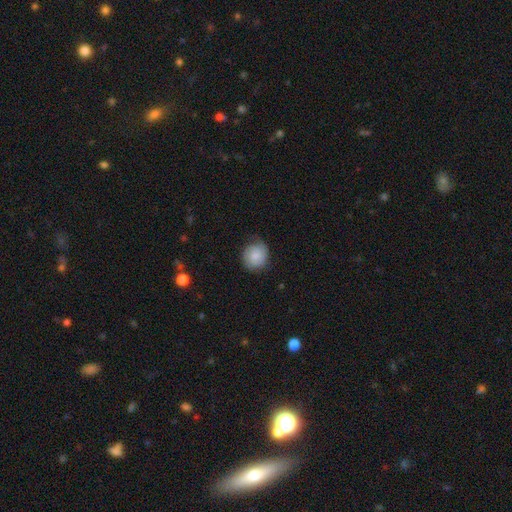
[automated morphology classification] Smooth or featured? Predicted: smooth (p=0.64). How rounded? Predicted: round (p=0.82). Merging? Predicted: none (p=0.71).